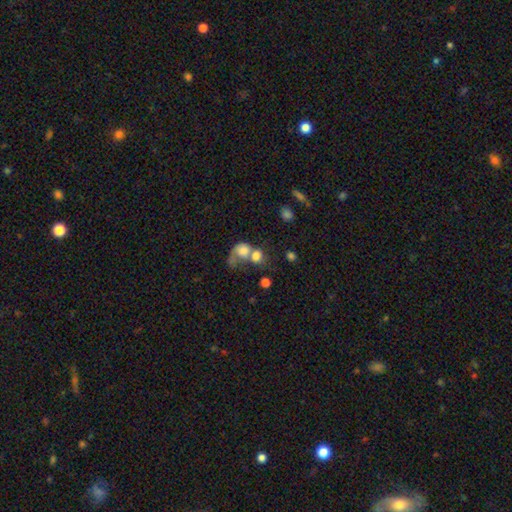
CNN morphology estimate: This appears to be a smooth galaxy with no disk features (72%) that is round (63%). Merging: merger (63%).